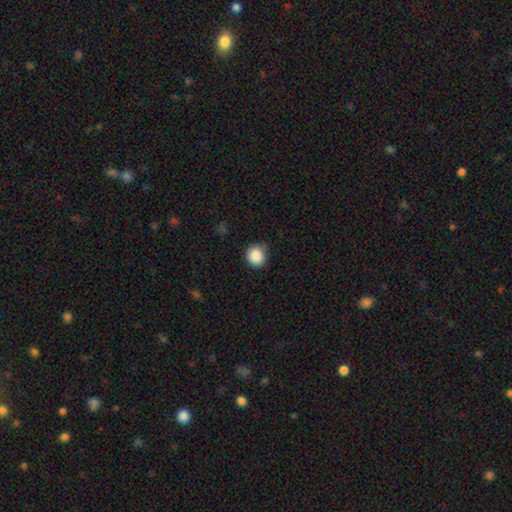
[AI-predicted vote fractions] smooth_or_featured: smooth (p=0.88) [alt: star or artifact p=0.09]
how_rounded: round (p=0.91) [alt: in between p=0.08]
merging: none (p=0.81) [alt: minor disturbance p=0.15]